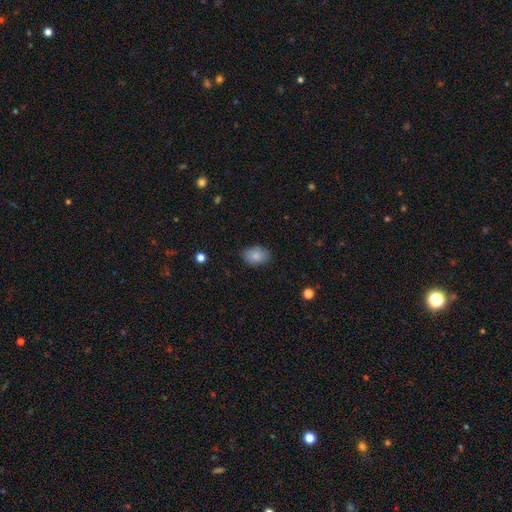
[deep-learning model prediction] Smooth or featured? Predicted: smooth (p=0.85). How rounded? Predicted: in between (p=0.85). Merging? Predicted: none (p=0.84).